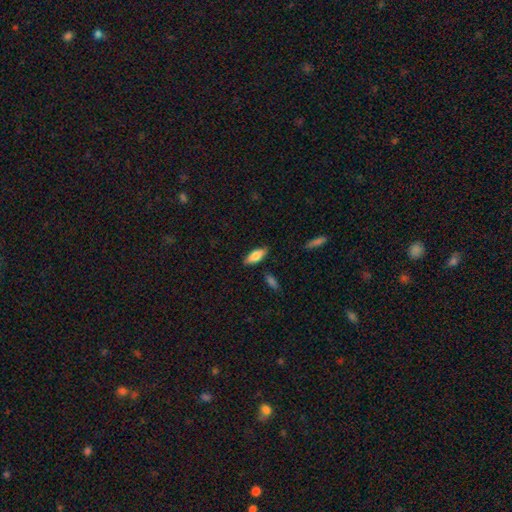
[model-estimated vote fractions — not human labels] smooth-or-featured: smooth: 74% | featured or disk: 19% | star or artifact: 6%
  how-rounded: in between: 76% | cigar-shaped: 21% | round: 2%
  merging: none: 84% | minor disturbance: 11% | merger: 2% | major disturbance: 2%